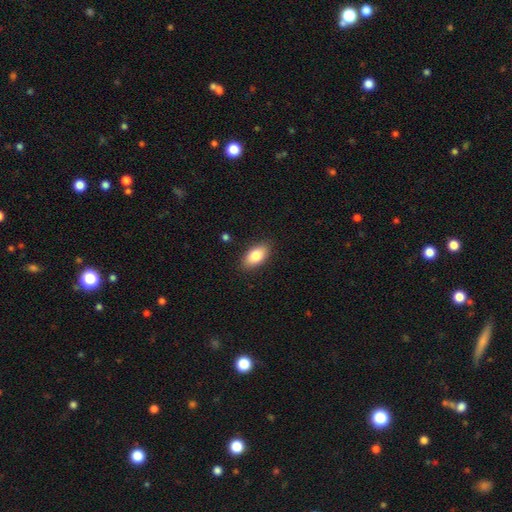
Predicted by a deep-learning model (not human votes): Smooth or featured? smooth (82%)
How rounded? in between (91%)
Merging? none (88%)